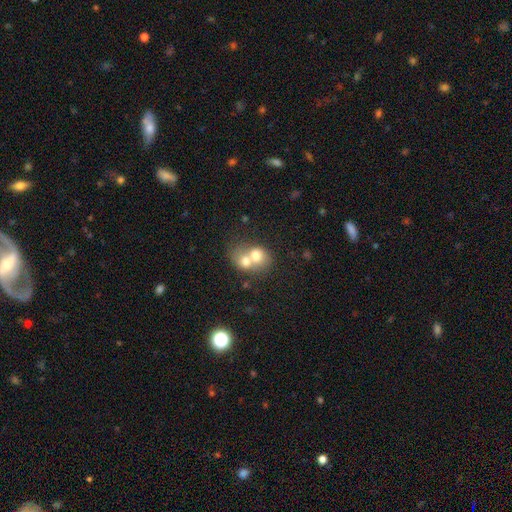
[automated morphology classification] Smooth or featured? Predicted: smooth (p=0.65). How rounded? Predicted: round (p=0.57). Merging? Predicted: merger (p=0.75).